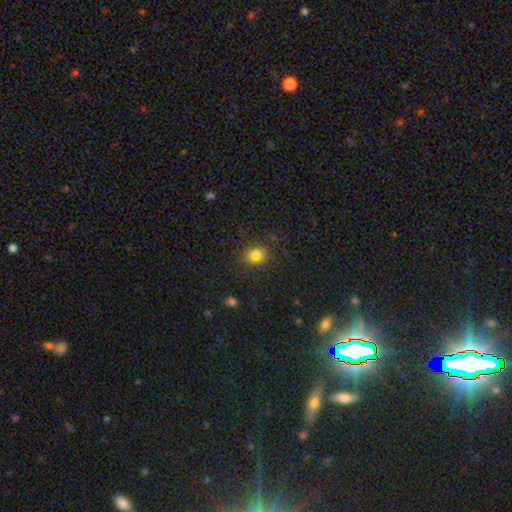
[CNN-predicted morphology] The model was most divided on "smooth or featured": smooth: 62%, star or artifact: 29%, featured or disk: 9%. More confident: merging — none (81%); how rounded — round (68%).